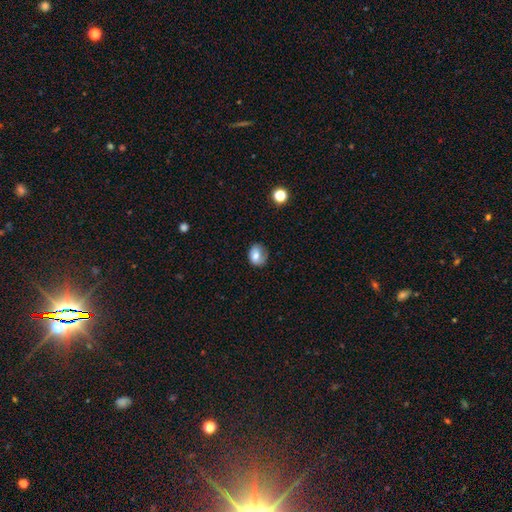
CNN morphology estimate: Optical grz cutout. It shows a smooth galaxy with no disk features (70%) that is in between round and cigar-shaped (56%). Merging: none (60%).